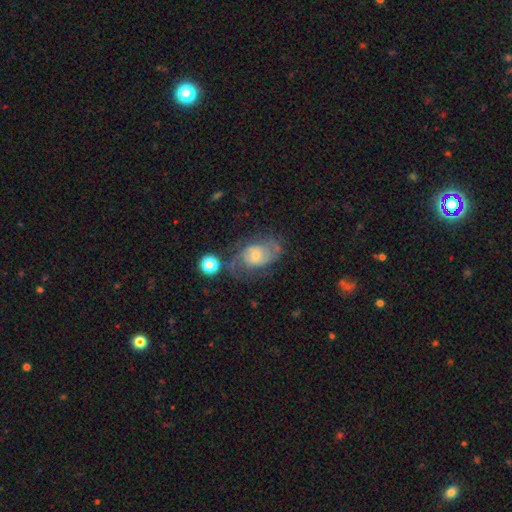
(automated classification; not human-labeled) Q: Smooth or featured?
A: featured or disk (58%); runner-up: smooth (32%)
Q: Edge-on disk?
A: no (96%); runner-up: yes (4%)
Q: Bar?
A: no (66%); runner-up: weak (29%)
Q: Spiral arms?
A: yes (77%); runner-up: no (23%)
Q: Bulge size?
A: small (53%); runner-up: moderate (37%)
Q: Merging?
A: none (48%); runner-up: minor disturbance (26%)